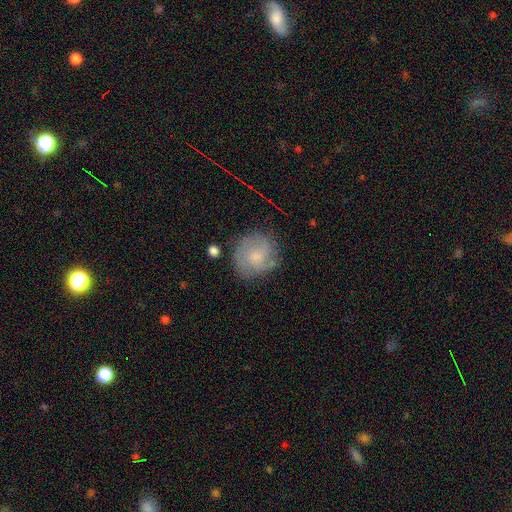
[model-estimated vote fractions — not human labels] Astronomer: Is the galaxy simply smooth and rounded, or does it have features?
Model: featured or disk — 61%.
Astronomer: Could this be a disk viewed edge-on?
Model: no — 98%.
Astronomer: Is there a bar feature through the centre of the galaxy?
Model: no — 68%.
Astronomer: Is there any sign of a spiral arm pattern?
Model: yes — 88%.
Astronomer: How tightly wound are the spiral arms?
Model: tight — 47% (runner-up: medium, 39%).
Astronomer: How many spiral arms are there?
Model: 2 — 37% (runner-up: can't tell, 28%).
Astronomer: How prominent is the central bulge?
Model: small — 45% (runner-up: moderate, 34%).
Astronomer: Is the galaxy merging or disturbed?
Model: none — 73%.